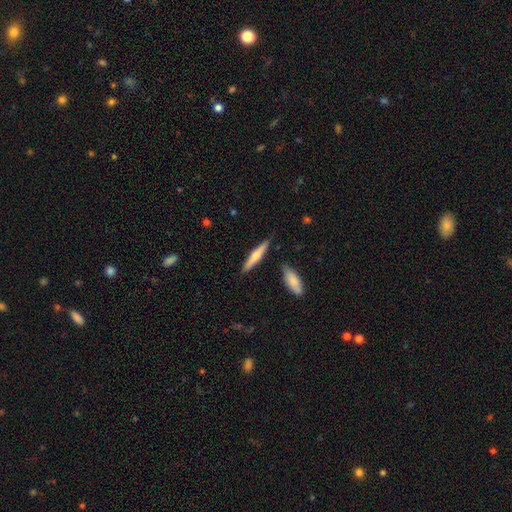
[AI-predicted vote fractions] featured or disk 49%, smooth 45%, star or artifact 6%. Down the decision tree: merging — none (84%).